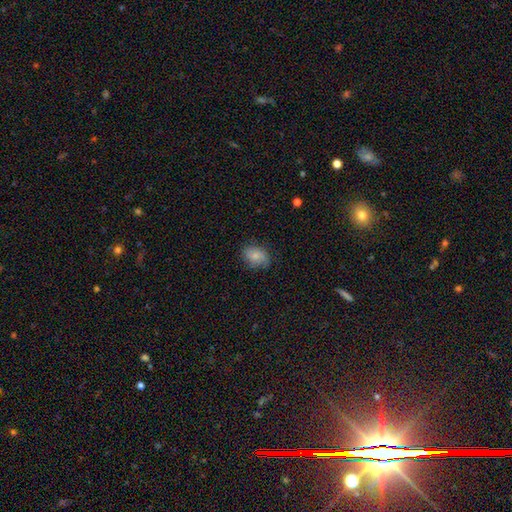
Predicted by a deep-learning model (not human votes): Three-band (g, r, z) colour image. It shows a smooth galaxy with no disk features (75%) that is in between round and cigar-shaped (70%). Merging: none (71%).